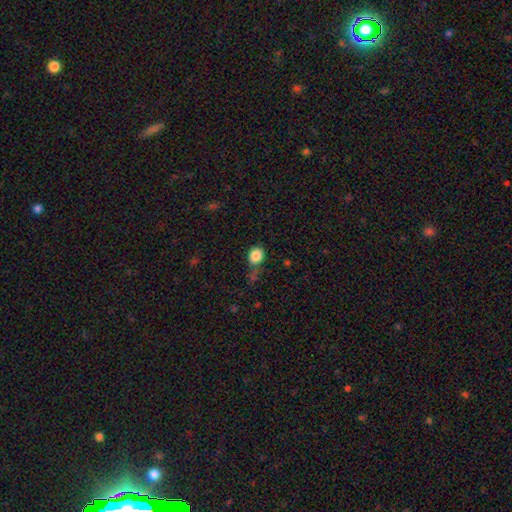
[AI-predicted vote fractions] smooth 85%, star or artifact 10%, featured or disk 5%. Down the decision tree: how rounded — round (69%); merging — none (55%).